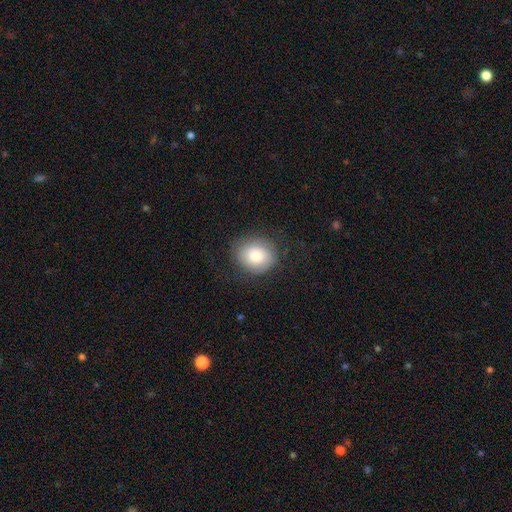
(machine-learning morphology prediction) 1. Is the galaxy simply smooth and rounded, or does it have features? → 76% smooth, 15% featured or disk, 8% star or artifact.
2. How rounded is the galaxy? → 62% round, 37% in between, 1% cigar-shaped.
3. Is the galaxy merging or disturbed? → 77% none, 15% minor disturbance, 7% major disturbance, 1% merger.